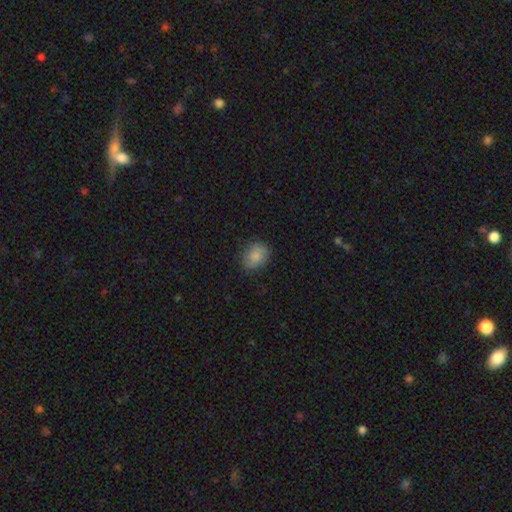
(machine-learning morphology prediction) type=smooth (84%); roundness=in between (53%); merging=none (81%).